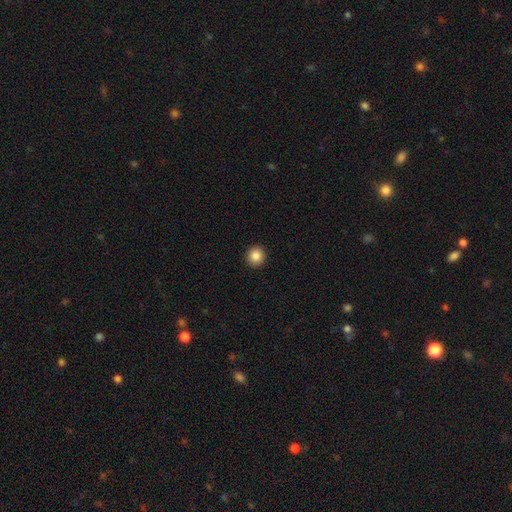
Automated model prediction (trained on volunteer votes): Smooth or featured? Predicted: smooth (p=0.87). How rounded? Predicted: round (p=0.92). Merging? Predicted: none (p=0.93).